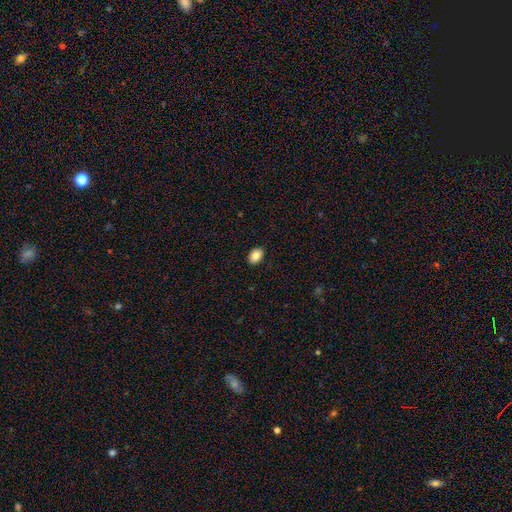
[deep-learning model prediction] Smooth or featured? Predicted: smooth (p=0.85). How rounded? Predicted: in between (p=0.83). Merging? Predicted: none (p=0.90).